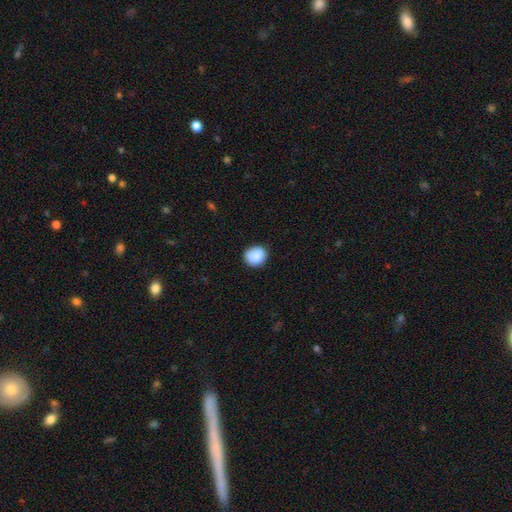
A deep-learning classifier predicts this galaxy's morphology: type=smooth (87%); roundness=round (79%); merging=none (81%).